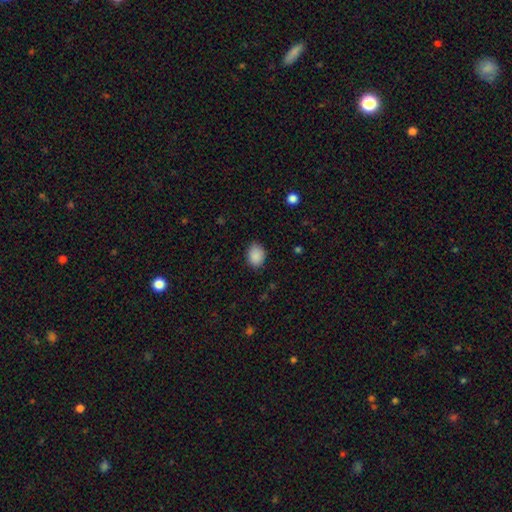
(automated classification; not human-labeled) This is clearly a smooth galaxy (89%). How rounded: likely in between (64%). Merging: clearly none (80%).